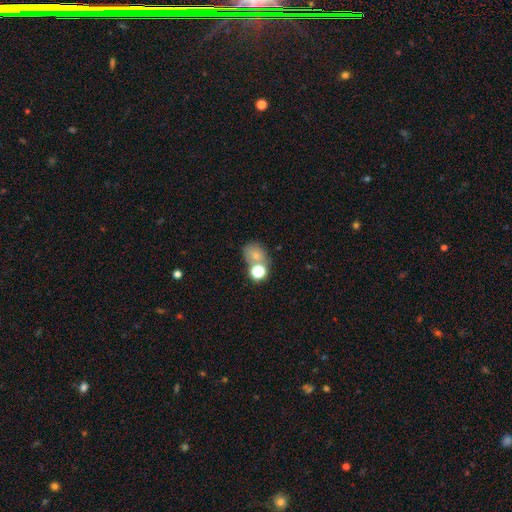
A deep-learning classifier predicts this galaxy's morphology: Overall: smooth (69%). How rounded: round (52%; in between 47%). Merging: none (46%; merger 35%).